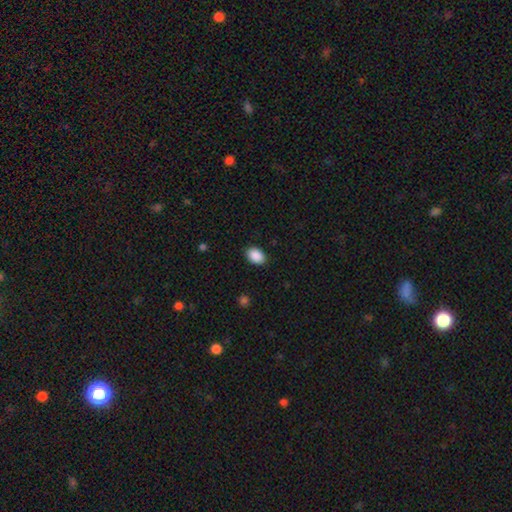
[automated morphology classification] Smooth or featured? Predicted: smooth (p=0.90). How rounded? Predicted: in between (p=0.82). Merging? Predicted: none (p=0.88).